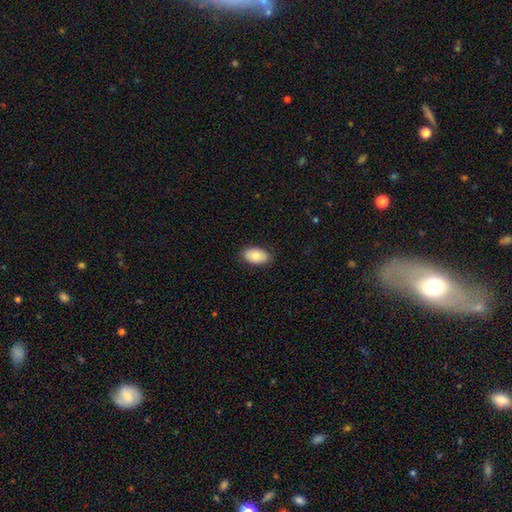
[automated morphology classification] A smooth galaxy with no disk features (80%) that is in between round and cigar-shaped (92%). Merging: none (85%).